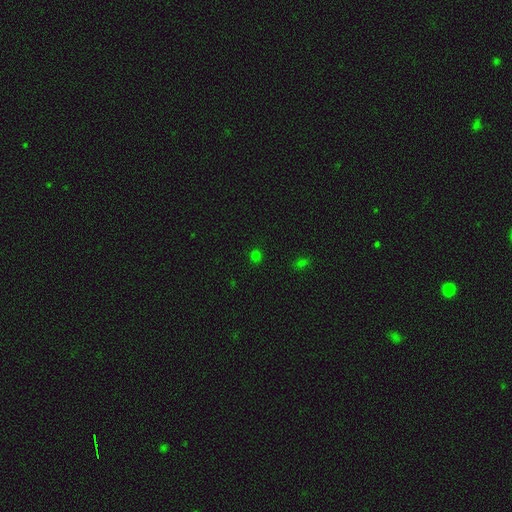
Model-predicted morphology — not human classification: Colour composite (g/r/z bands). It shows a smooth galaxy with no disk features (74%) that is round (89%). Merging: none (90%).